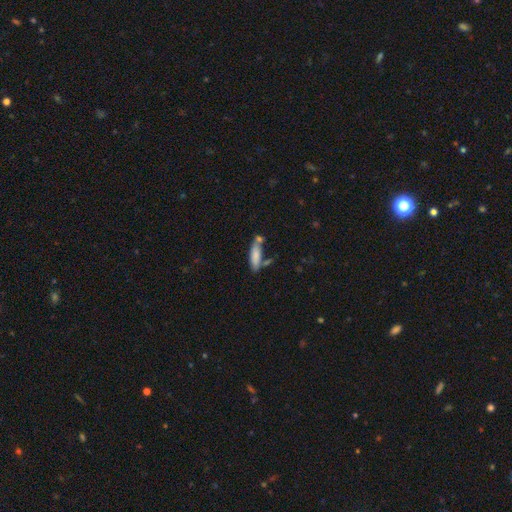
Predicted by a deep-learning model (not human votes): smooth-or-featured: smooth: 80% | featured or disk: 13% | star or artifact: 7%
  how-rounded: cigar-shaped: 54% | in between: 45% | round: 2%
  merging: none: 56% | merger: 21% | minor disturbance: 17% | major disturbance: 5%